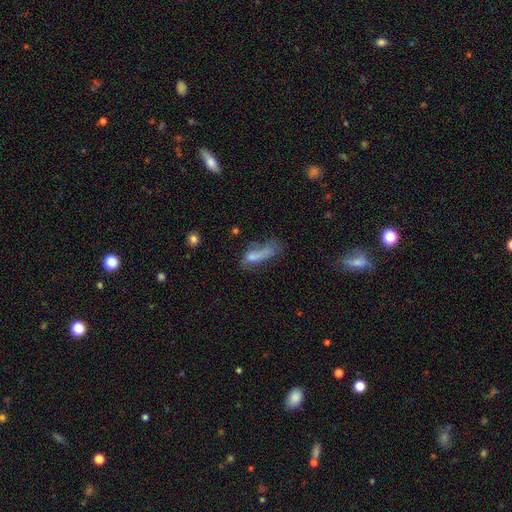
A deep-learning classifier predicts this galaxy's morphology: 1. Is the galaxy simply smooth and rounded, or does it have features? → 63% smooth, 25% featured or disk, 12% star or artifact.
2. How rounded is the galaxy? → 58% in between, 38% cigar-shaped, 4% round.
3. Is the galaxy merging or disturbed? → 41% major disturbance, 24% none, 23% minor disturbance, 12% merger.